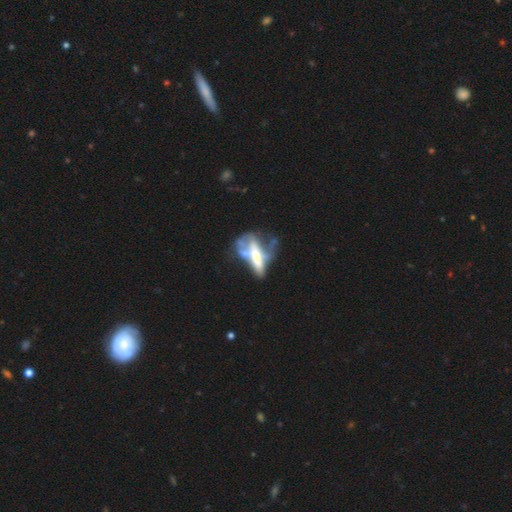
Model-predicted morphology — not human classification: This is possibly a featured or disk galaxy (57%). It is likely not viewed edge-on (74%). Merging: marginally major disturbance (36%).